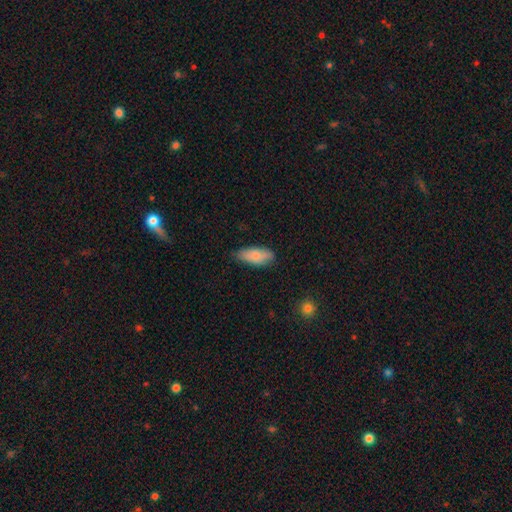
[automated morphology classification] Overall: smooth (81%). How rounded: in between (85%). Merging: none (73%).